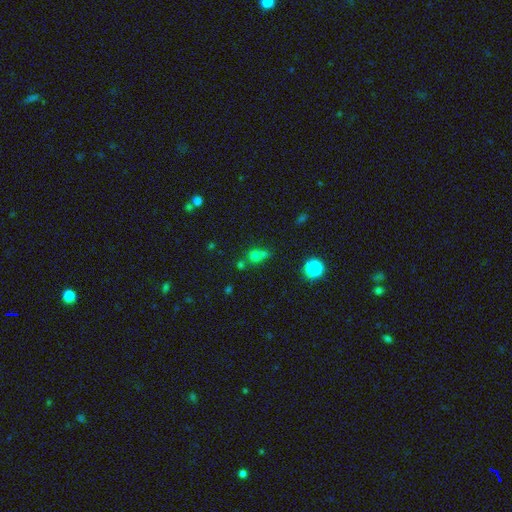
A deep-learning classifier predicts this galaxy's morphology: Smooth or featured?
  - smooth: 67% *
  - star or artifact: 22%
  - featured or disk: 11%
How rounded?
  - round: 76% *
  - in between: 22%
  - cigar-shaped: 2%
Merging?
  - none: 44% *
  - merger: 34%
  - minor disturbance: 14%
  - major disturbance: 8%